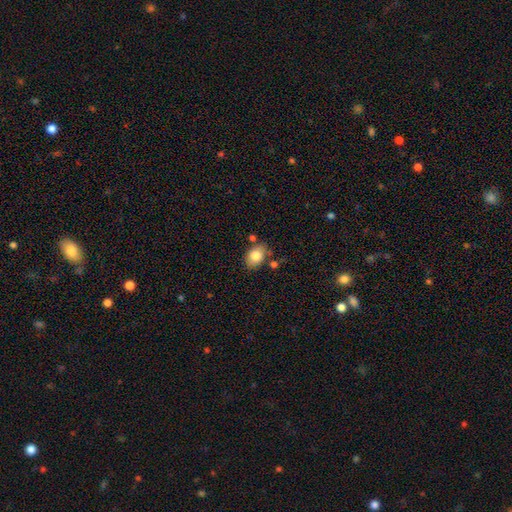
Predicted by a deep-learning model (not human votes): The model was most divided on "merging": none: 72%, minor disturbance: 16%, merger: 8%, major disturbance: 4%. More confident: smooth or featured — smooth (82%); how rounded — in between (78%).